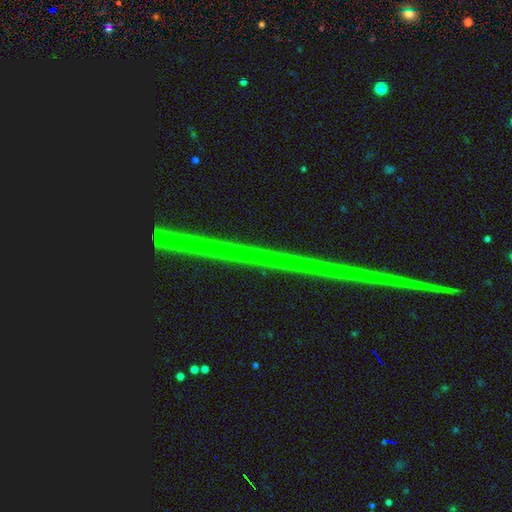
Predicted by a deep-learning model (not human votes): This appears to be a star or artifact, not a galaxy (85%).